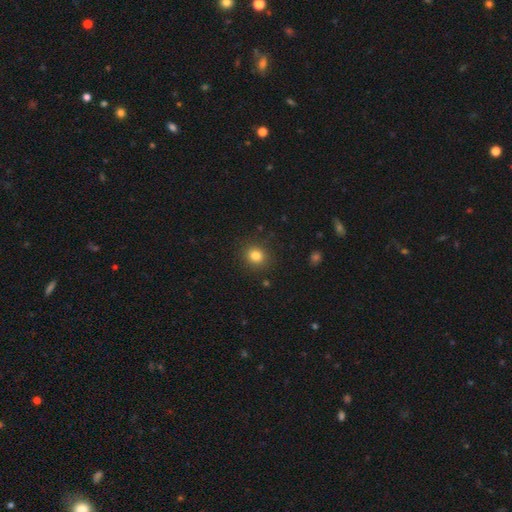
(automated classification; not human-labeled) Smooth or featured? Predicted: smooth (p=0.82). How rounded? Predicted: round (p=0.77). Merging? Predicted: none (p=0.89).